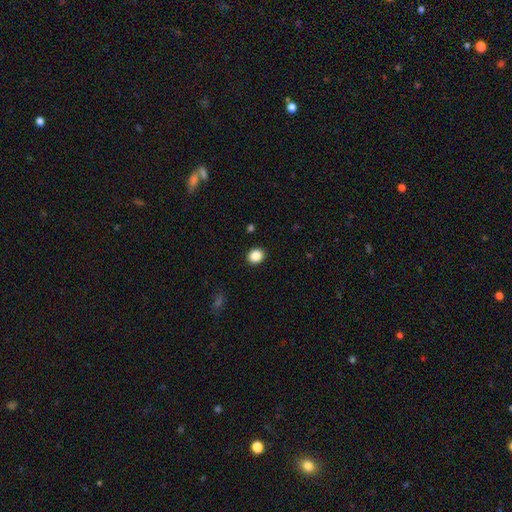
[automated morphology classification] Smooth or featured: smooth — 87% (star or artifact — 10%)
How rounded: round — 69% (in between — 31%)
Merging: none — 91% (minor disturbance — 6%)